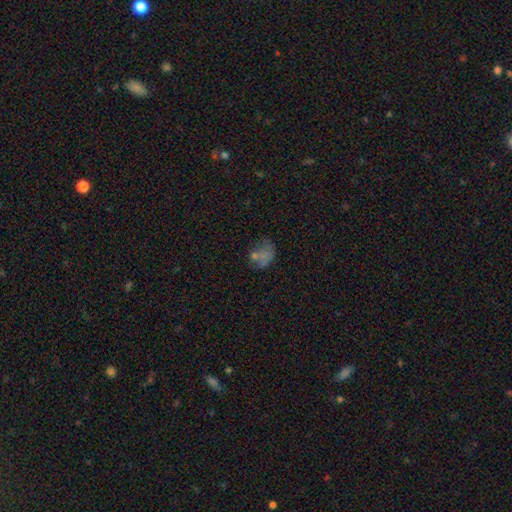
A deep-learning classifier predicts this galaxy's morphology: smooth_or_featured: smooth (p=0.52) [alt: star or artifact p=0.27]
how_rounded: in between (p=0.60) [alt: round p=0.37]
merging: none (p=0.46) [alt: minor disturbance p=0.21]